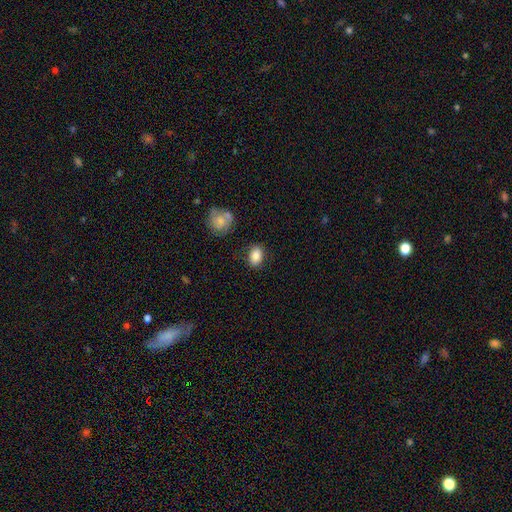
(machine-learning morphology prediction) type=smooth (85%); roundness=in between (82%); merging=none (80%).